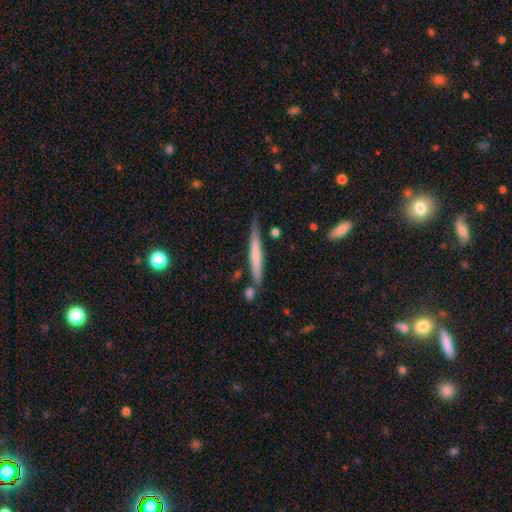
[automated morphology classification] Q: Smooth or featured?
A: smooth (57%); runner-up: featured or disk (37%)
Q: How rounded?
A: cigar-shaped (96%); runner-up: in between (3%)
Q: Merging?
A: none (76%); runner-up: minor disturbance (15%)